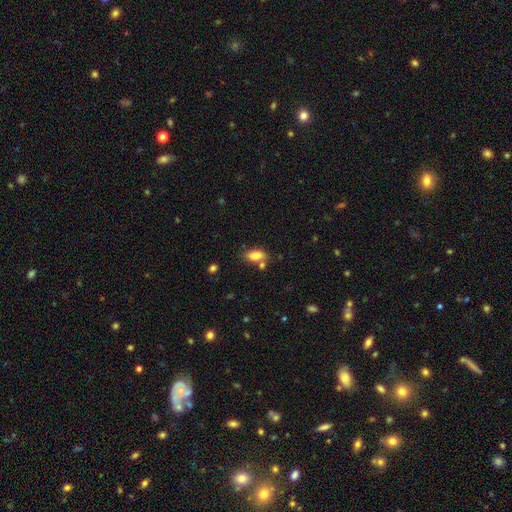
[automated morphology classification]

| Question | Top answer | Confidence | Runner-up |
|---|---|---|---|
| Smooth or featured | smooth | 82% | featured or disk (9%) |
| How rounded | in between | 88% | cigar-shaped (7%) |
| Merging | none | 66% | minor disturbance (15%) |